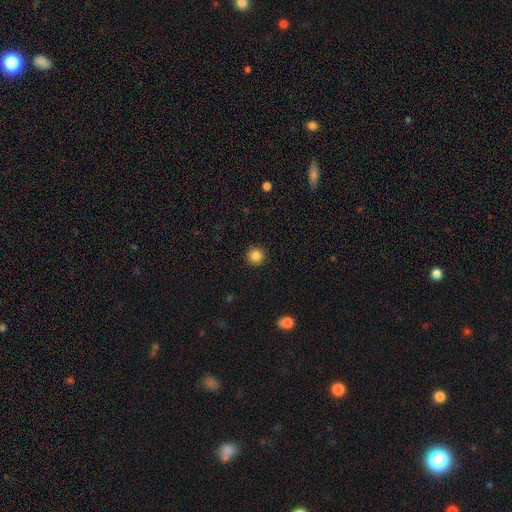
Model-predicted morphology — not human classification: Smooth or featured? smooth (84%)
How rounded? round (95%)
Merging? none (92%)